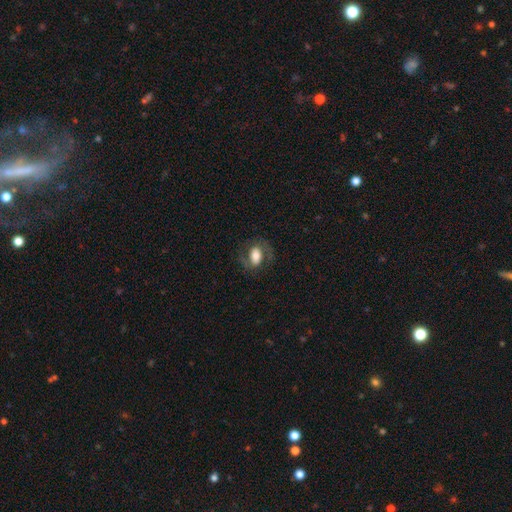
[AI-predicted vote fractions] Morphology: type=smooth (57%); roundness=in between (82%); merging=none (70%).